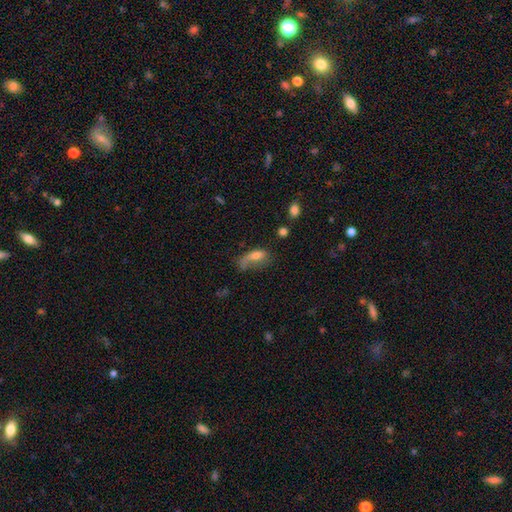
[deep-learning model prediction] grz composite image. It shows a smooth galaxy with no disk features (60%) that is in between round and cigar-shaped (79%). Merging: major disturbance (40%).